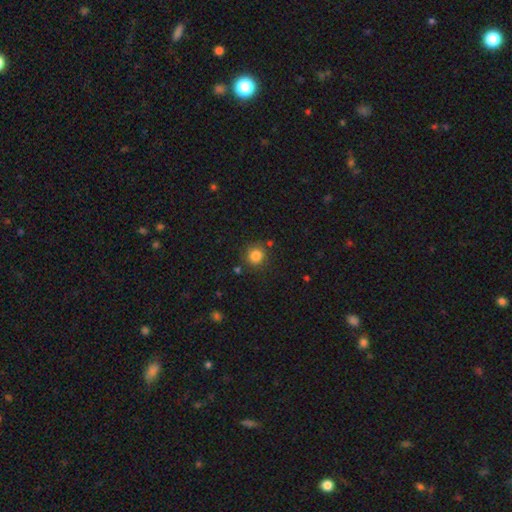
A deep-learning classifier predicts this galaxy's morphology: Smooth or featured? Predicted: smooth (p=0.83). How rounded? Predicted: round (p=0.87). Merging? Predicted: none (p=0.80).